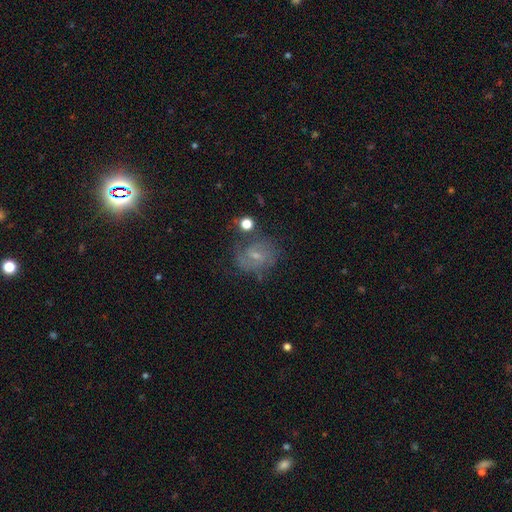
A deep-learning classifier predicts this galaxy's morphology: A featured or disk galaxy (61%) with a weak bar (49%), spiral arms (81%) and a small central bulge (67%).

Vote fractions:
- Smooth or featured? featured or disk: 61% / smooth: 26% / star or artifact: 14%
- Edge-on disk? no: 97% / yes: 3%
- Bar? weak: 49% / no: 41% / strong: 10%
- Spiral arms? yes: 81% / no: 19%
- Bulge size? small: 67% / moderate: 24% / none: 6% / large: 1% / dominant: 1%
- Merging? none: 62% / minor disturbance: 20% / major disturbance: 13% / merger: 5%